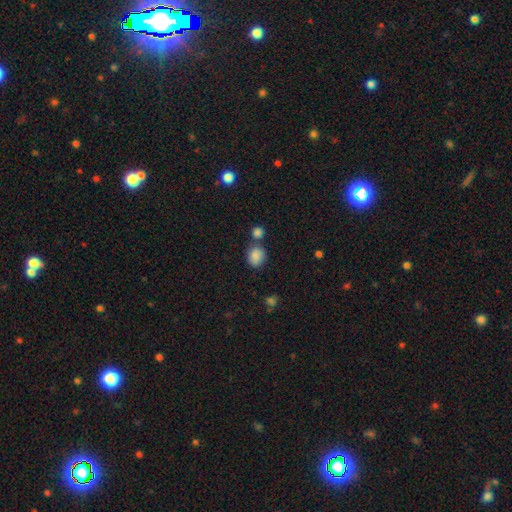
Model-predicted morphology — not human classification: Smooth or featured? smooth (84%)
How rounded? round (63%)
Merging? none (61%)